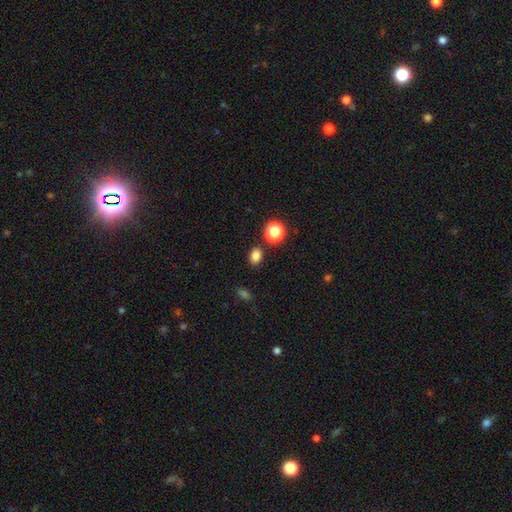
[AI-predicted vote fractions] Q: Smooth or featured?
A: smooth (82%); runner-up: star or artifact (14%)
Q: How rounded?
A: in between (57%); runner-up: round (42%)
Q: Merging?
A: none (84%); runner-up: minor disturbance (9%)